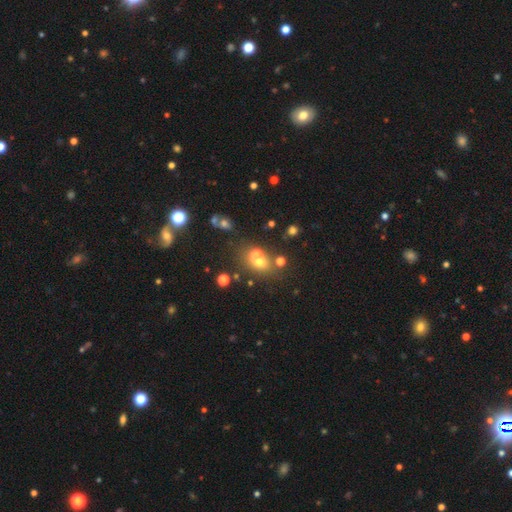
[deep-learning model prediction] smooth 52%, star or artifact 29%, featured or disk 19%. Down the decision tree: how rounded — round (65%); merging — none (45%).